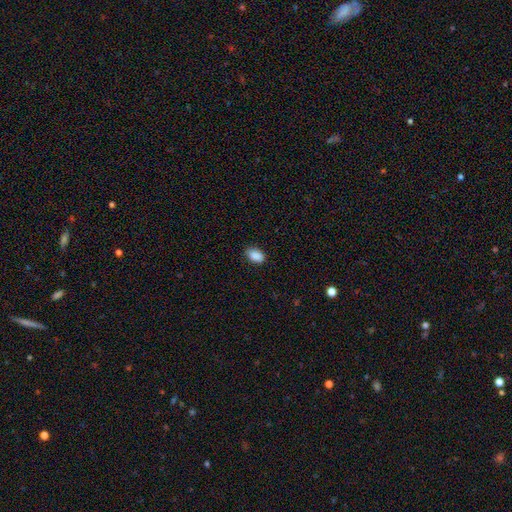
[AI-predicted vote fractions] smooth 89%, star or artifact 8%, featured or disk 3%. Down the decision tree: how rounded — in between (89%); merging — none (84%).